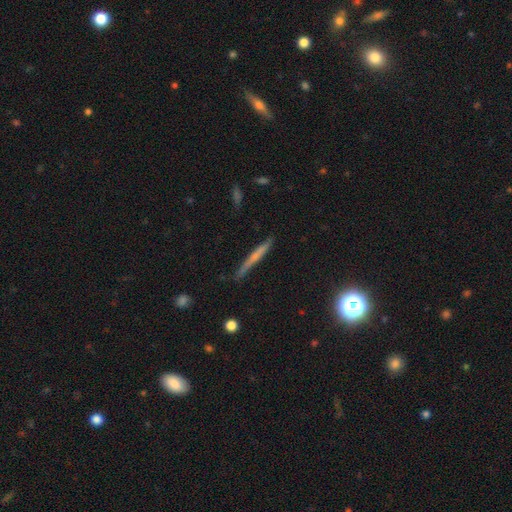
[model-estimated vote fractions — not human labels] smooth_or_featured: featured or disk (p=0.47) [alt: smooth p=0.44]
merging: none (p=0.82) [alt: minor disturbance p=0.14]